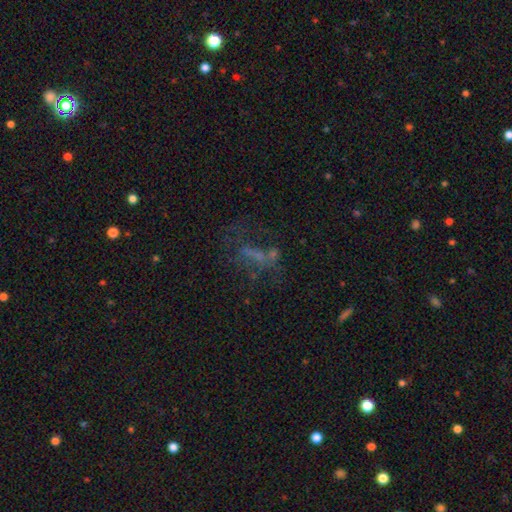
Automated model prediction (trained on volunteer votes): Smooth or featured?
  - featured or disk: 40% *
  - star or artifact: 32%
  - smooth: 28%
Merging?
  - none: 43% *
  - major disturbance: 31%
  - minor disturbance: 16%
  - merger: 11%